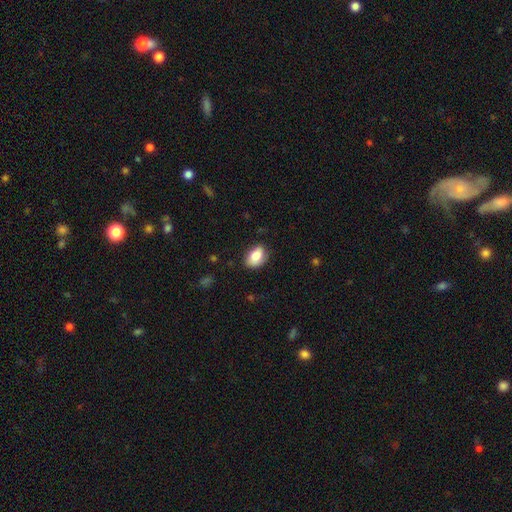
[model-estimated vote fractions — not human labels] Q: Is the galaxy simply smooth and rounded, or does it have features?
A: smooth — 82%.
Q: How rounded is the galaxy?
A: in between — 84%.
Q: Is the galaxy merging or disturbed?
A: none — 74%.